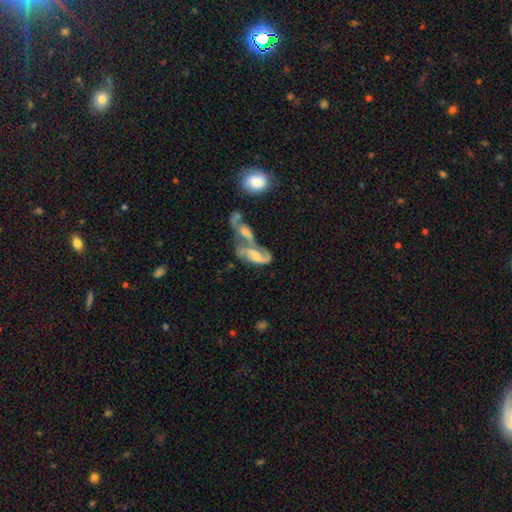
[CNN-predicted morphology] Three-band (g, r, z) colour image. It shows a featured or disk galaxy (73%) with no bar (60%), 2 (74%) loose (55%) spiral arms (81%) and a moderate central bulge (46%). Merging: merger (56%).